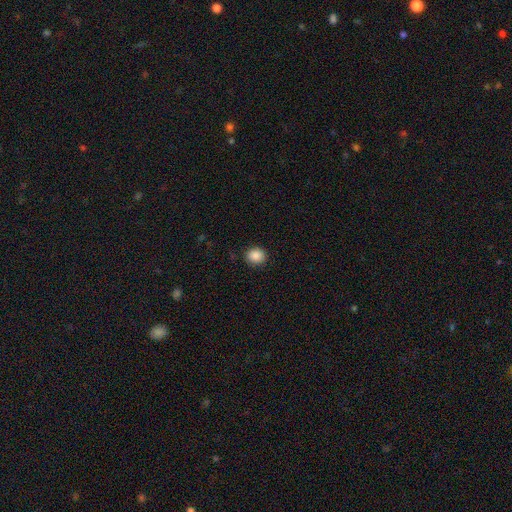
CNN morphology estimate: A smooth galaxy with no disk features (88%) that is round (72%).

Vote fractions:
- Smooth or featured? smooth: 88% / star or artifact: 9% / featured or disk: 3%
- How rounded? round: 72% / in between: 27% / cigar-shaped: 1%
- Merging? none: 89% / minor disturbance: 8% / major disturbance: 2% / merger: 1%